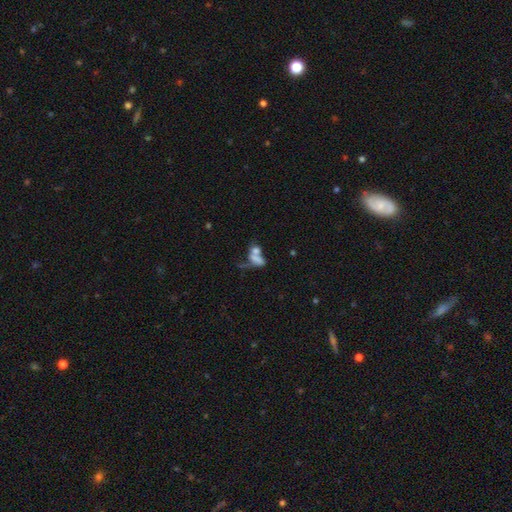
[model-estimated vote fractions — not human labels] A smooth galaxy with no disk features (63%) that is in between round and cigar-shaped (67%). Merging: merger (56%).